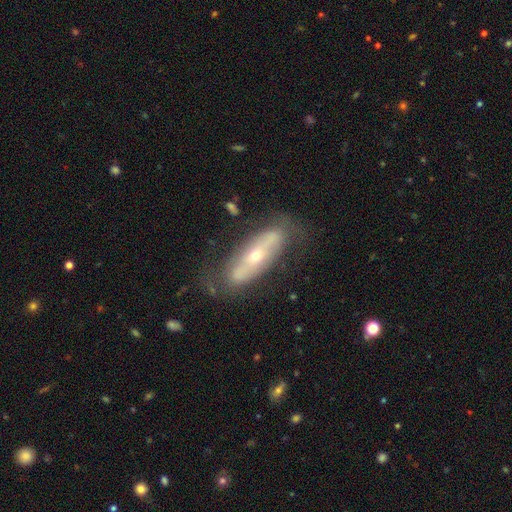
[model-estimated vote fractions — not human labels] Smooth or featured?
  - featured or disk: 64% *
  - smooth: 29%
  - star or artifact: 7%
Edge-on disk?
  - no: 69% *
  - yes: 31%
Merging?
  - none: 67% *
  - minor disturbance: 20%
  - major disturbance: 11%
  - merger: 3%